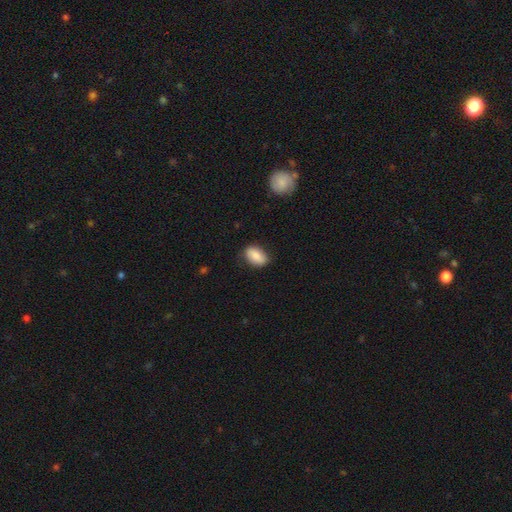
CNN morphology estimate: smooth_or_featured: smooth (p=0.83) [alt: featured or disk p=0.10]
how_rounded: in between (p=0.88) [alt: round p=0.10]
merging: none (p=0.77) [alt: minor disturbance p=0.19]